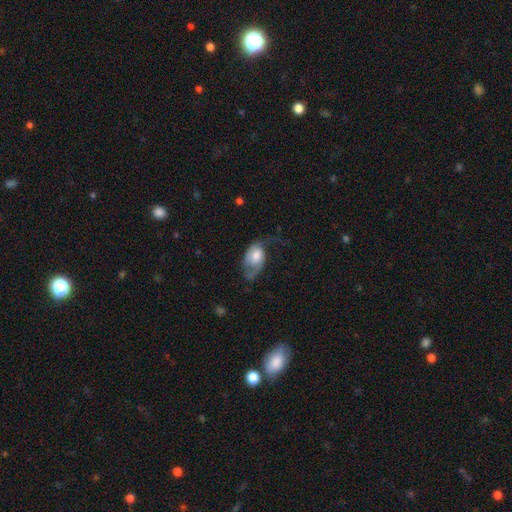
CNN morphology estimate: A smooth galaxy with no disk features (48%).

Vote fractions:
- Smooth or featured? smooth: 48% / featured or disk: 46% / star or artifact: 7%
- Merging? major disturbance: 46% / minor disturbance: 26% / none: 25% / merger: 3%